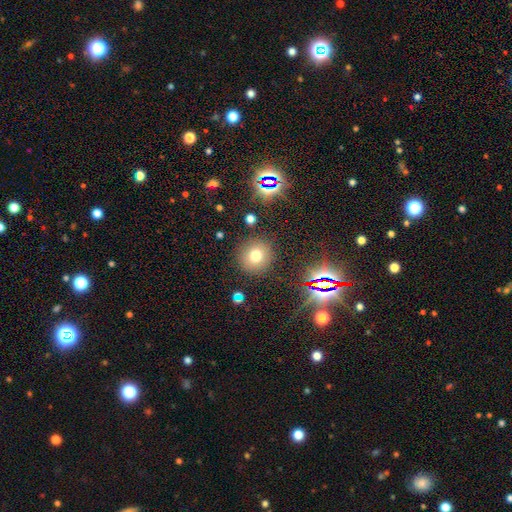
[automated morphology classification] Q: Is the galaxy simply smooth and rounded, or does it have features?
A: smooth — 70%.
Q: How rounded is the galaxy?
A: round — 90%.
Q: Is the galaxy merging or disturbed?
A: none — 88%.